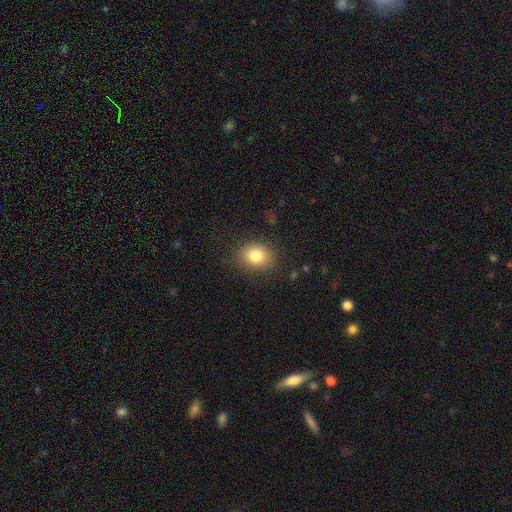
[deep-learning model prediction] Smooth or featured?
  - smooth: 82% *
  - star or artifact: 11%
  - featured or disk: 8%
How rounded?
  - round: 57% *
  - in between: 42%
  - cigar-shaped: 1%
Merging?
  - none: 84% *
  - minor disturbance: 11%
  - major disturbance: 4%
  - merger: 1%